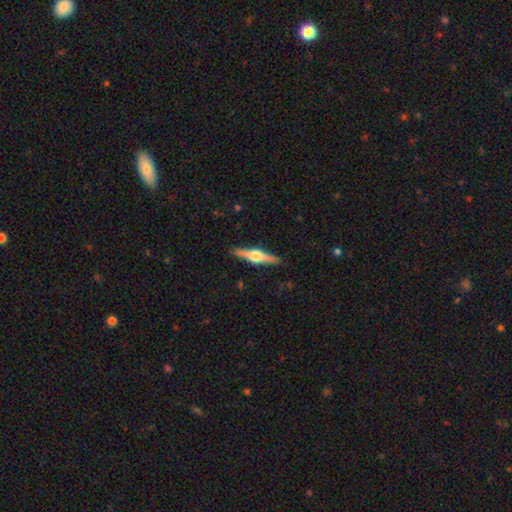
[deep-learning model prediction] A featured or disk galaxy (72%) viewed edge-on (98%) with a rounded central bulge (93%).

Vote fractions:
- Smooth or featured? featured or disk: 72% / smooth: 22% / star or artifact: 5%
- Edge-on disk? yes: 98% / no: 2%
- Edge-on bulge? rounded: 93% / boxy: 5% / none: 2%
- Merging? none: 90% / minor disturbance: 7% / major disturbance: 2% / merger: 1%